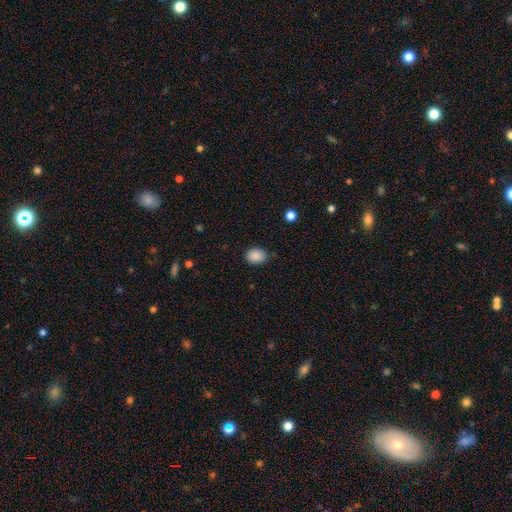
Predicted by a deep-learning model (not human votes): This appears to be a smooth galaxy with no disk features (88%) that is in between round and cigar-shaped (62%). Merging: none (81%).